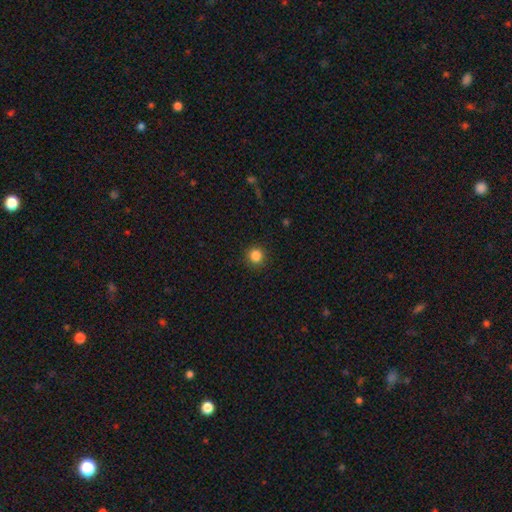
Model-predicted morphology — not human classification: smooth 86%, star or artifact 11%, featured or disk 3%. Down the decision tree: how rounded — round (92%); merging — none (91%).